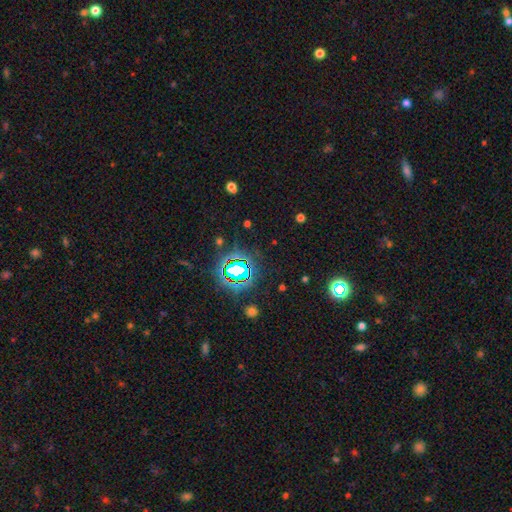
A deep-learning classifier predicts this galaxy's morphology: star or artifact 77%, smooth 15%, featured or disk 8%.